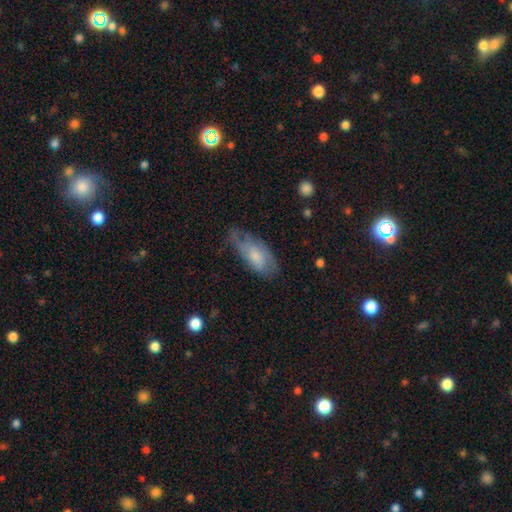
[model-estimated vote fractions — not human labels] The model was most divided on "merging": none: 48%, minor disturbance: 34%, major disturbance: 16%, merger: 2%. More confident: how rounded — in between (86%); smooth or featured — smooth (58%).